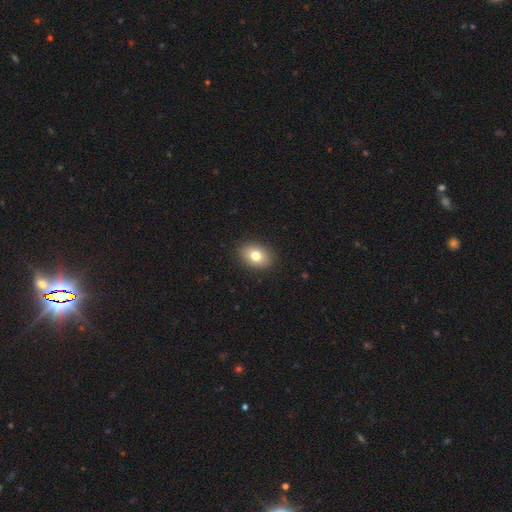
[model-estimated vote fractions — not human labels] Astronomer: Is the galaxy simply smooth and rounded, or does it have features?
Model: smooth — 78%.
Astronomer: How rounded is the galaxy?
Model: in between — 76%.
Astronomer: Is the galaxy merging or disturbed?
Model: none — 90%.